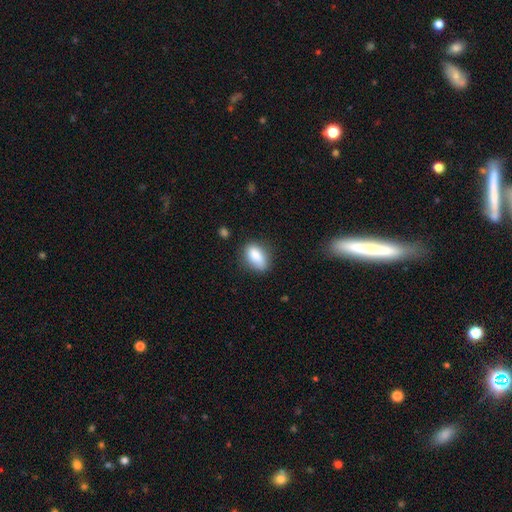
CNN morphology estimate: smooth_or_featured: smooth (p=0.85) [alt: star or artifact p=0.08]
how_rounded: in between (p=0.87) [alt: round p=0.10]
merging: none (p=0.71) [alt: minor disturbance p=0.21]